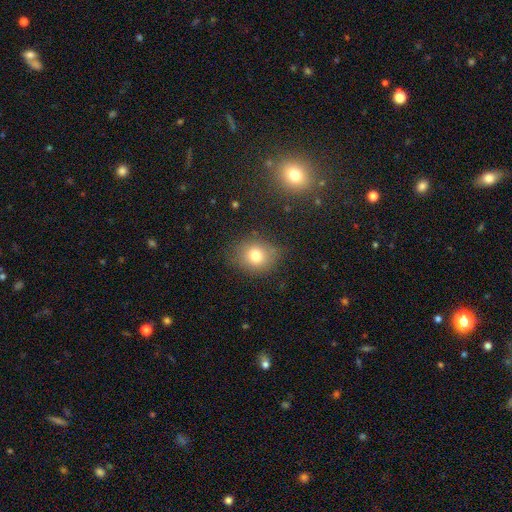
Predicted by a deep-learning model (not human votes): smooth_or_featured: smooth (p=0.76) [alt: star or artifact p=0.13]
how_rounded: round (p=0.66) [alt: in between p=0.33]
merging: none (p=0.77) [alt: minor disturbance p=0.16]